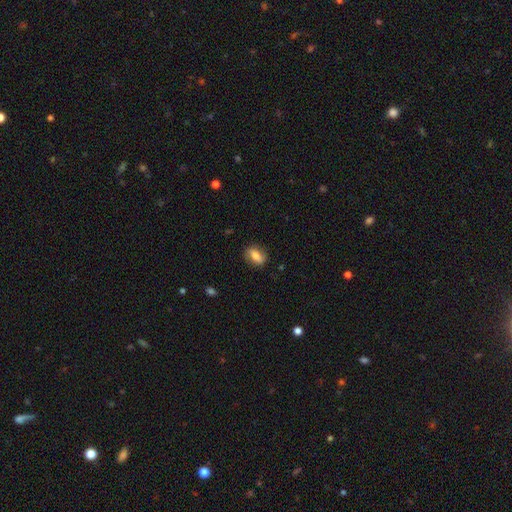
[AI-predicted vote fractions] This is likely a smooth galaxy (65%). How rounded: likely in between (76%). Merging: clearly none (80%).